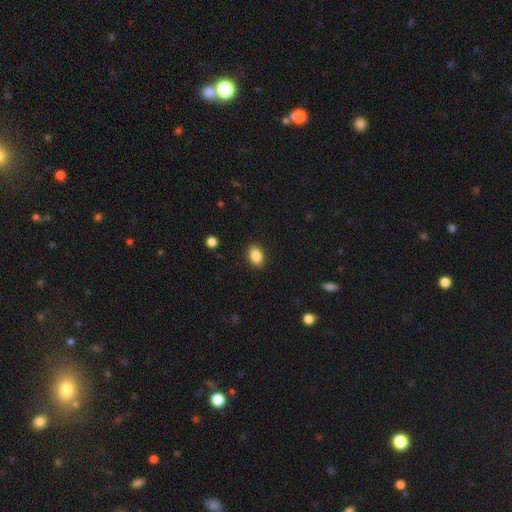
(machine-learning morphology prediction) Smooth or featured: smooth — 87% (star or artifact — 8%)
How rounded: in between — 86% (round — 13%)
Merging: none — 89% (minor disturbance — 7%)